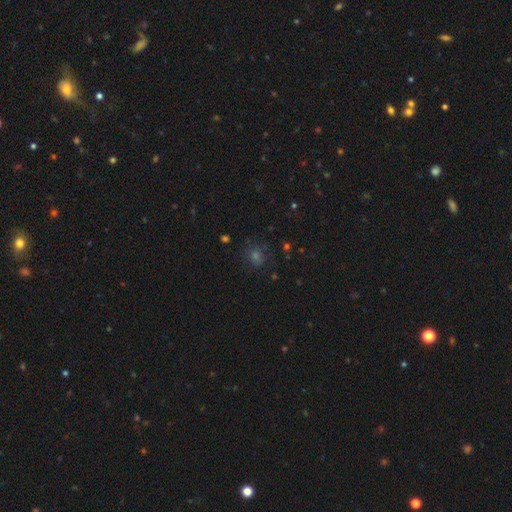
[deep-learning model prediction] Overall: smooth (48%; star or artifact 37%). Merging: none (78%).